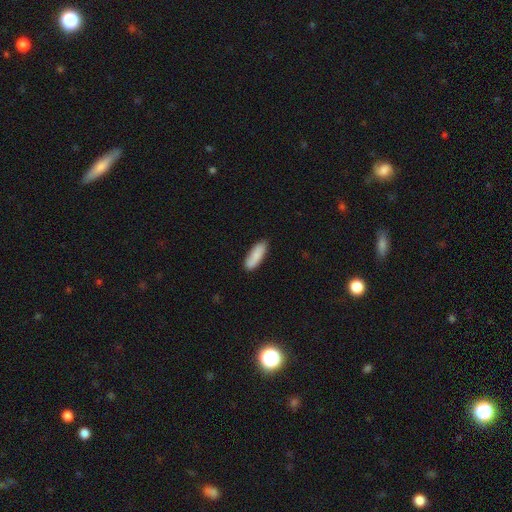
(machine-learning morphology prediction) Q: Smooth or featured?
A: smooth (87%); runner-up: featured or disk (8%)
Q: How rounded?
A: in between (59%); runner-up: cigar-shaped (39%)
Q: Merging?
A: none (84%); runner-up: minor disturbance (13%)